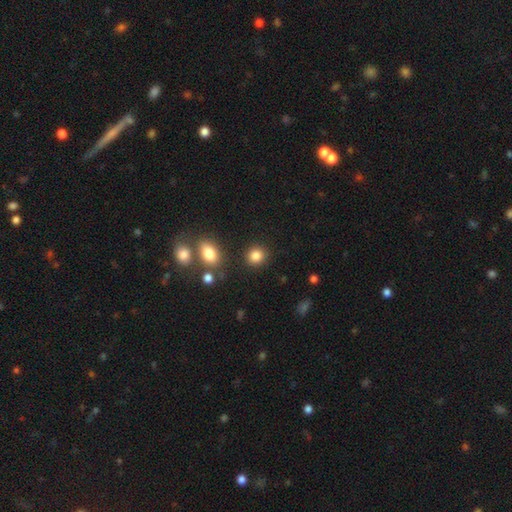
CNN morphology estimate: Q: Smooth or featured?
A: smooth (85%); runner-up: star or artifact (11%)
Q: How rounded?
A: round (80%); runner-up: in between (19%)
Q: Merging?
A: none (85%); runner-up: minor disturbance (8%)